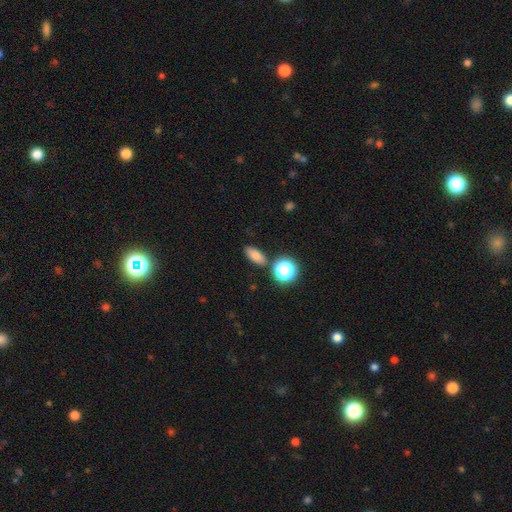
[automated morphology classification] A smooth galaxy with no disk features (79%) that is in between round and cigar-shaped (76%). Merging: none (82%).